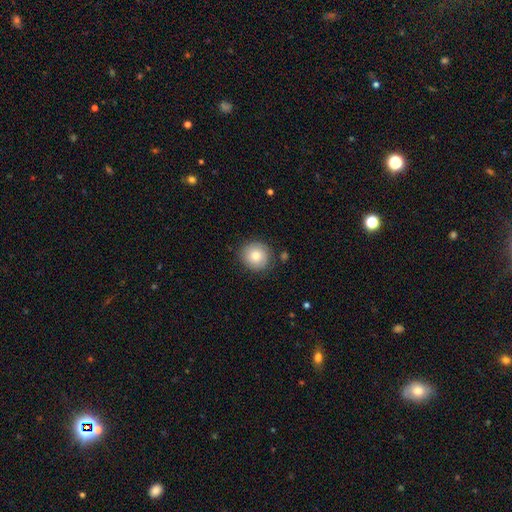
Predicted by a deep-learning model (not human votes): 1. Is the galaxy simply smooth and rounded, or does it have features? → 75% smooth, 17% featured or disk, 8% star or artifact.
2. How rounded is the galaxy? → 91% round, 8% in between, 1% cigar-shaped.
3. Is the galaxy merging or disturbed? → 82% none, 12% minor disturbance, 3% major disturbance, 2% merger.